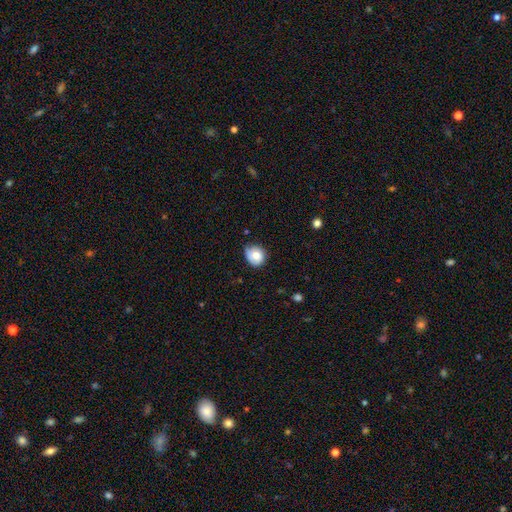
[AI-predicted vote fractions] Morphology: type=smooth (75%); roundness=round (77%); merging=none (60%).